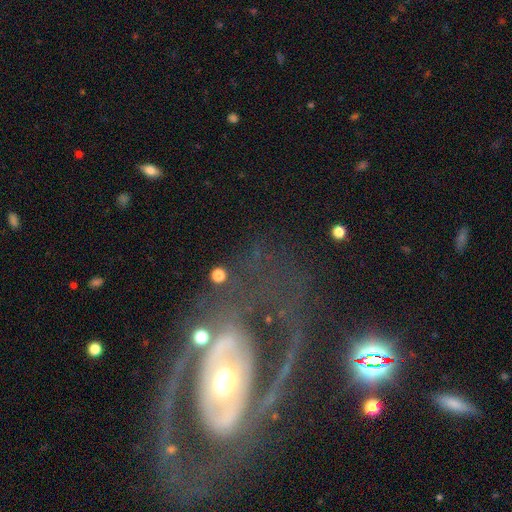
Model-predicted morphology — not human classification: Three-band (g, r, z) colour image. It shows a featured or disk galaxy (79%) with no bar (52%), spiral arms (59%) and a moderate central bulge (60%). Merging: none (71%).